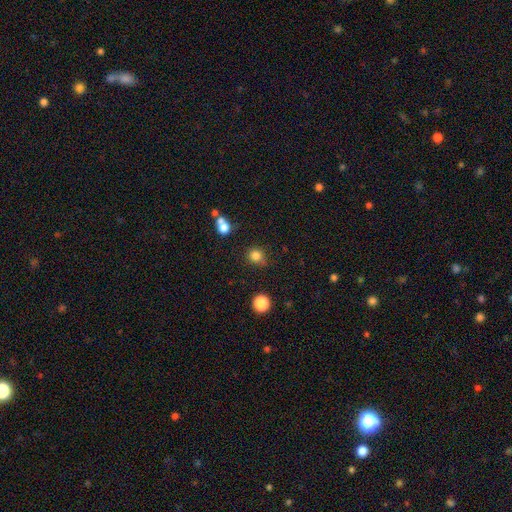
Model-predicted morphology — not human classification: This appears to be a smooth galaxy with no disk features (82%) that is round (85%). Merging: none (73%).